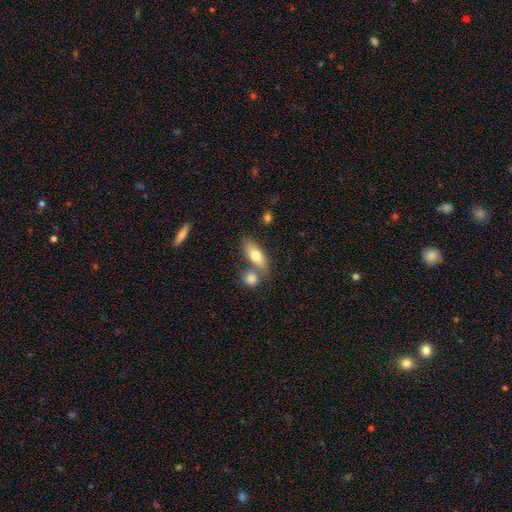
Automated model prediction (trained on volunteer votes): Smooth or featured? Predicted: smooth (p=0.73). How rounded? Predicted: in between (p=0.73). Merging? Predicted: none (p=0.52).